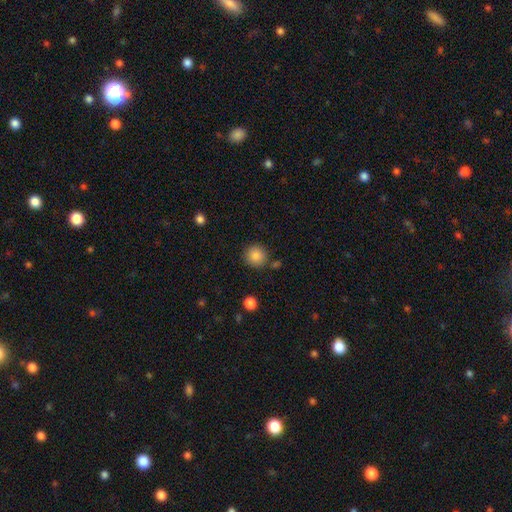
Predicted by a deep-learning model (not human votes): Smooth or featured? Predicted: smooth (p=0.86). How rounded? Predicted: round (p=0.93). Merging? Predicted: none (p=0.85).